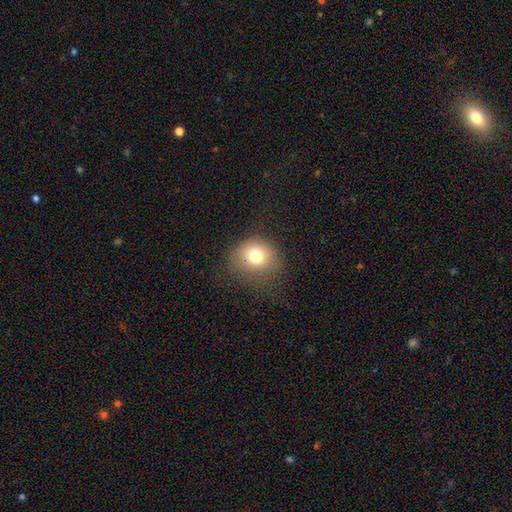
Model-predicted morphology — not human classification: type=smooth (75%); roundness=round (78%); merging=none (68%).